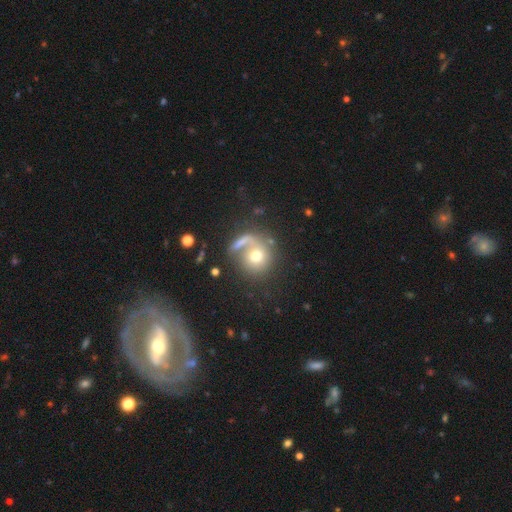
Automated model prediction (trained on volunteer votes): Q: Smooth or featured?
A: smooth (63%); runner-up: featured or disk (26%)
Q: How rounded?
A: round (87%); runner-up: in between (12%)
Q: Merging?
A: none (48%); runner-up: merger (24%)